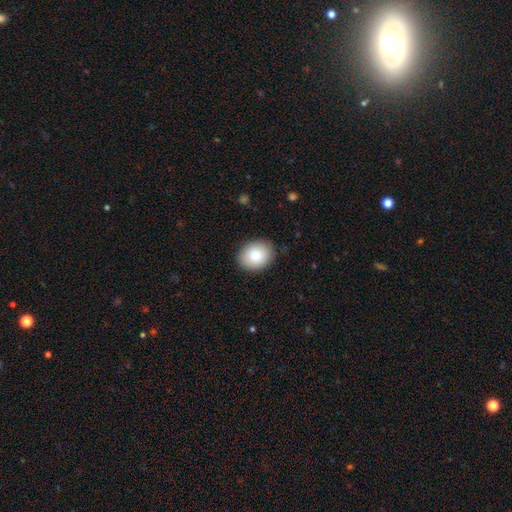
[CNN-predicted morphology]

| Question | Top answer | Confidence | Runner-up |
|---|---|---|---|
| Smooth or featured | smooth | 84% | featured or disk (9%) |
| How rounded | in between | 52% | round (47%) |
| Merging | none | 88% | minor disturbance (9%) |